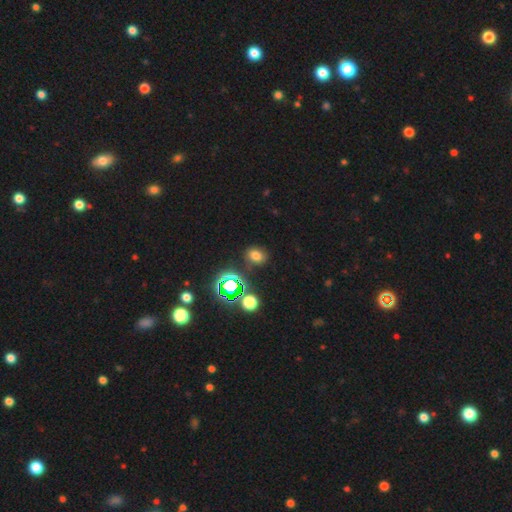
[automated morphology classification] smooth-or-featured: smooth: 65% | star or artifact: 27% | featured or disk: 9%
  how-rounded: in between: 51% | round: 48% | cigar-shaped: 1%
  merging: none: 80% | minor disturbance: 12% | major disturbance: 4% | merger: 4%